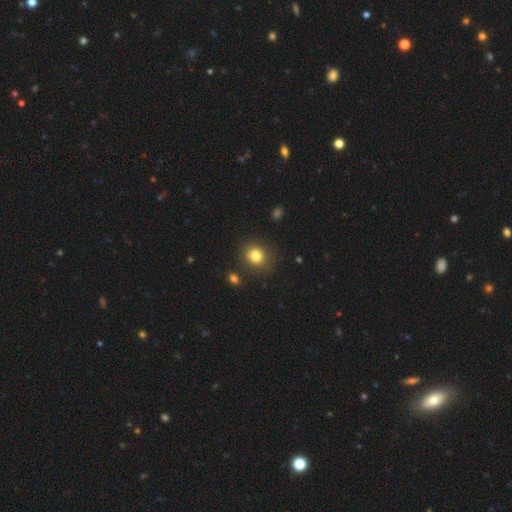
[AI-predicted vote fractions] smooth-or-featured: smooth: 82% | star or artifact: 11% | featured or disk: 7%
  how-rounded: round: 81% | in between: 18% | cigar-shaped: 1%
  merging: none: 82% | minor disturbance: 11% | major disturbance: 3% | merger: 3%